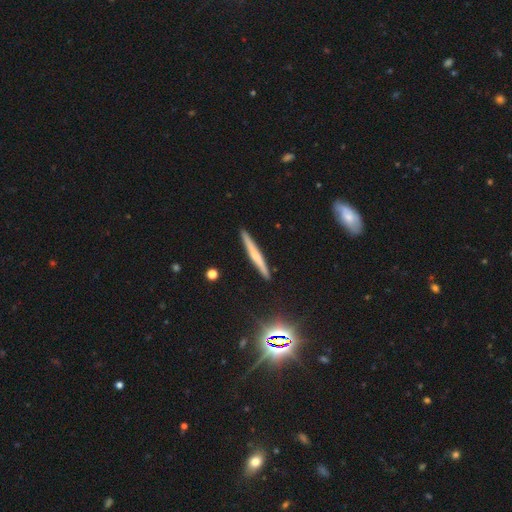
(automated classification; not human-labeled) The model was most divided on "smooth or featured" (2-way tie): featured or disk: 46%, smooth: 46%, star or artifact: 9%. More confident: merging — none (91%).